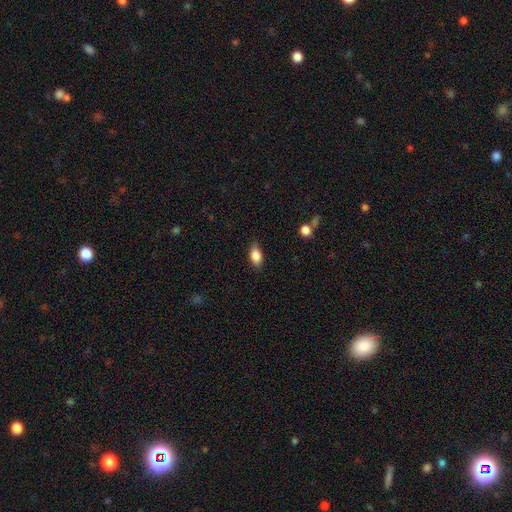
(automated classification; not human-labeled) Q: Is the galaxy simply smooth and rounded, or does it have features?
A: smooth — 85%.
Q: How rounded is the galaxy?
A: in between — 89%.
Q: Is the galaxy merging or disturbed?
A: none — 82%.